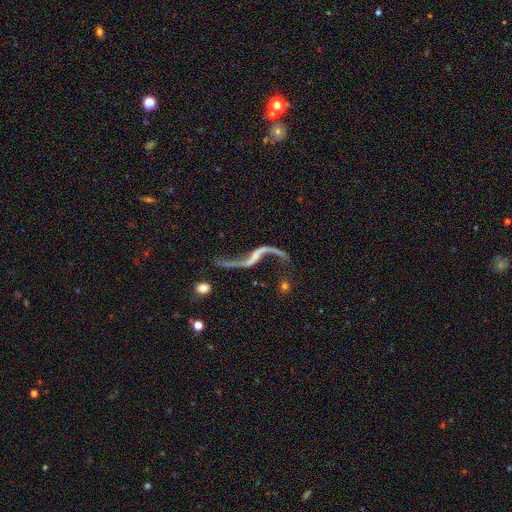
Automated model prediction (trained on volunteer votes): smooth_or_featured: featured or disk (p=0.89) [alt: star or artifact p=0.06]
disk_edge_on: no (p=0.93) [alt: yes p=0.07]
bar: no (p=0.37) [alt: weak p=0.35]
has_spiral_arms: yes (p=0.94) [alt: no p=0.06]
spiral_winding: loose (p=0.96) [alt: medium p=0.02]
spiral_arm_count: 2 (p=0.93) [alt: 1 p=0.04]
bulge_size: none (p=0.53) [alt: small p=0.34]
merging: none (p=0.58) [alt: major disturbance p=0.18]